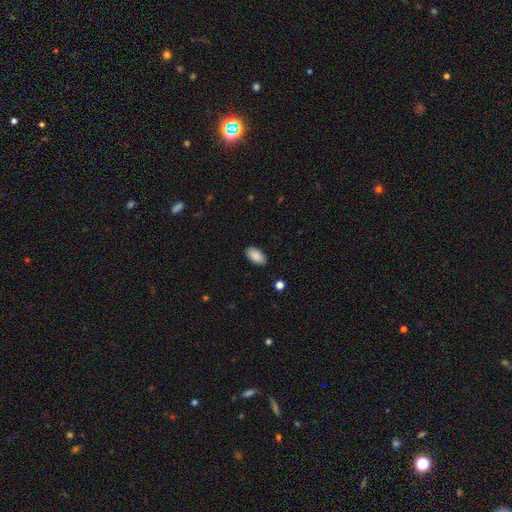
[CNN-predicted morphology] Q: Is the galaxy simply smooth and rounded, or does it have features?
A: smooth — 89%.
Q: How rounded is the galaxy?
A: in between — 95%.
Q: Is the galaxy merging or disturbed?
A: none — 89%.